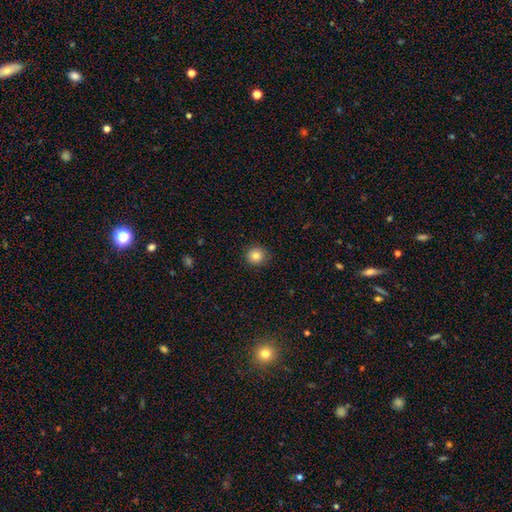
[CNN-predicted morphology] This appears to be a smooth galaxy with no disk features (84%) that is round (90%). Merging: none (90%).